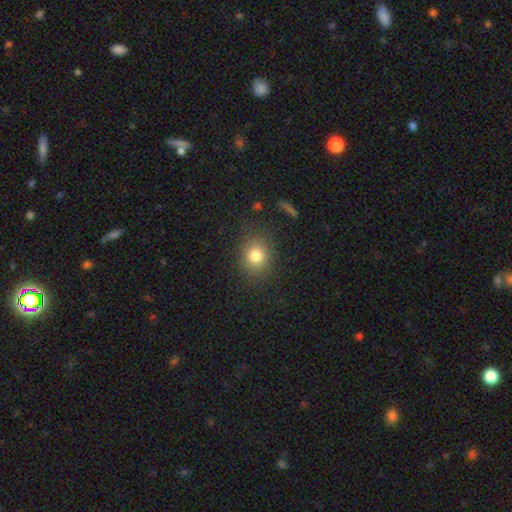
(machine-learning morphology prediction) A smooth galaxy with no disk features (80%) that is round (68%). Merging: none (84%).